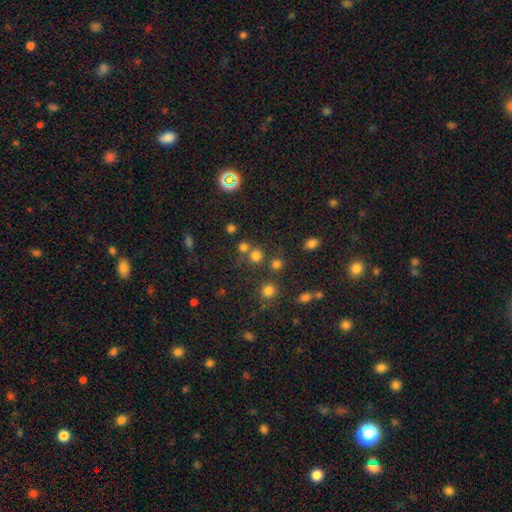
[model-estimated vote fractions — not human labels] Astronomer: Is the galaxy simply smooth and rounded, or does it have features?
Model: smooth — 70%.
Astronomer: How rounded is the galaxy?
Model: round — 88%.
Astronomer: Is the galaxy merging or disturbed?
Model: none — 65%.